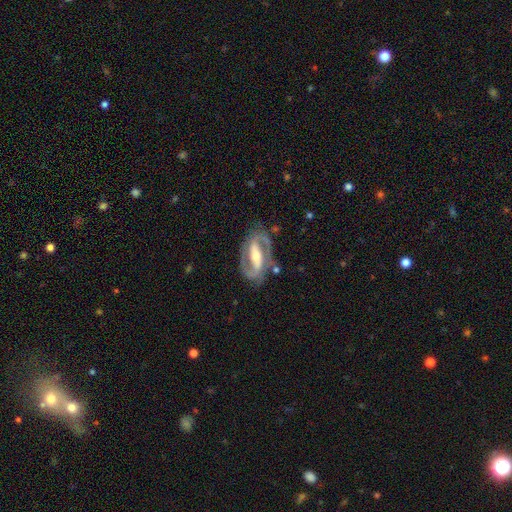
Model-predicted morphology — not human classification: Smooth or featured?
  - featured or disk: 90% *
  - smooth: 6%
  - star or artifact: 4%
Edge-on disk?
  - no: 96% *
  - yes: 4%
Bar?
  - strong: 68% *
  - weak: 22%
  - no: 10%
Spiral arms?
  - yes: 96% *
  - no: 4%
Spiral winding?
  - medium: 54% *
  - tight: 33%
  - loose: 13%
Spiral arm count?
  - 2: 93% *
  - can't tell: 2%
  - 1: 2%
  - 3: 1%
  - 4: 1%
  - more than 4: 1%
Bulge size?
  - moderate: 60% *
  - small: 31%
  - large: 7%
  - none: 2%
  - dominant: 1%
Merging?
  - none: 80% *
  - minor disturbance: 13%
  - major disturbance: 5%
  - merger: 2%